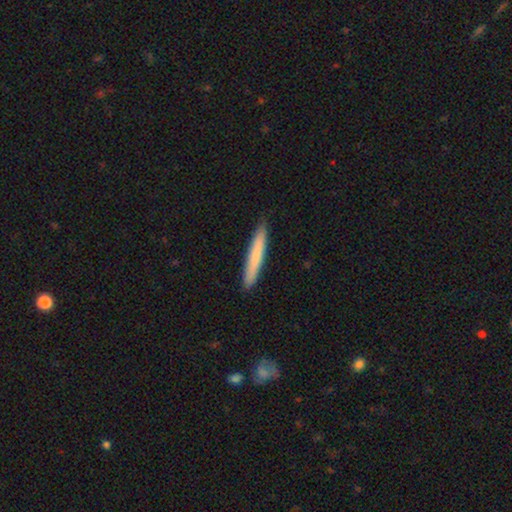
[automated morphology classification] The model was most divided on "smooth or featured": smooth: 75%, featured or disk: 20%, star or artifact: 5%. More confident: how rounded — cigar-shaped (96%); merging — none (91%).